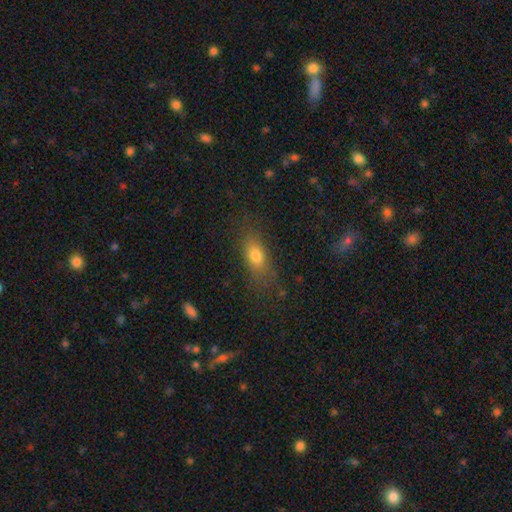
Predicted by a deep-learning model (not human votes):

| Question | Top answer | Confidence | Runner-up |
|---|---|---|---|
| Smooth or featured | smooth | 75% | featured or disk (14%) |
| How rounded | in between | 70% | cigar-shaped (19%) |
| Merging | none | 75% | minor disturbance (16%) |